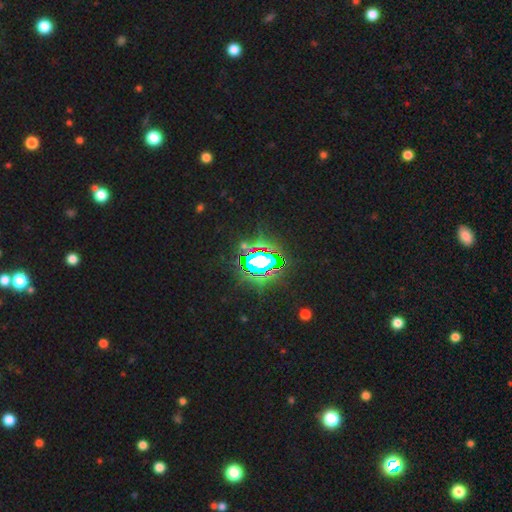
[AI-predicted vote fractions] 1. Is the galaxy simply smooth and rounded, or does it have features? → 81% star or artifact, 11% smooth, 8% featured or disk.